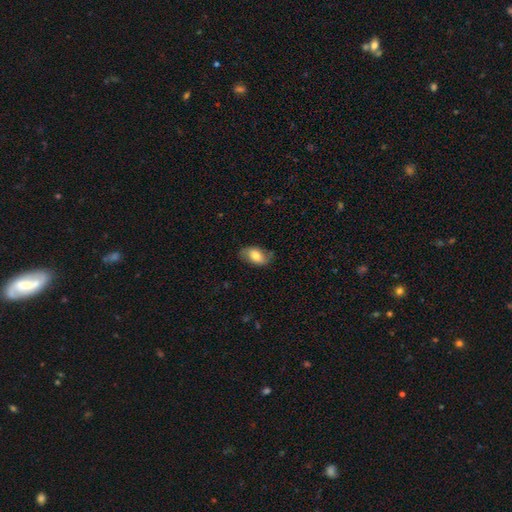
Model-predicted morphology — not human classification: The model was most divided on "smooth or featured": smooth: 69%, featured or disk: 24%, star or artifact: 7%. More confident: how rounded — in between (92%); merging — none (73%).